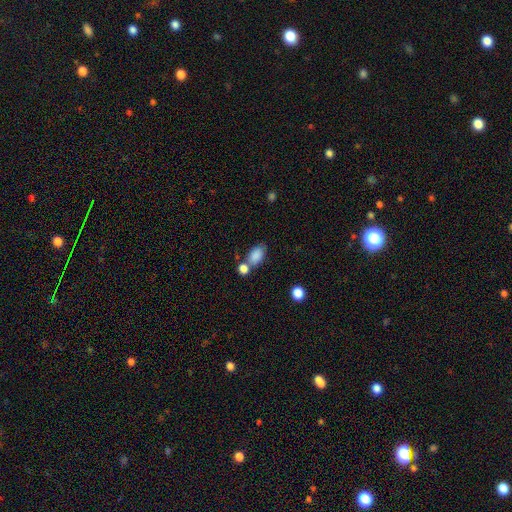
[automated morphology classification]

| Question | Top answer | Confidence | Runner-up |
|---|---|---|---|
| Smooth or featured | smooth | 85% | star or artifact (9%) |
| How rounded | in between | 87% | round (11%) |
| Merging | none | 51% | merger (30%) |